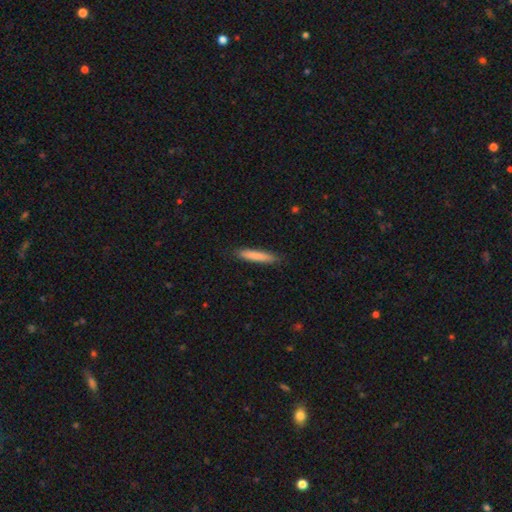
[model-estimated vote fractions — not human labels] Morphology: type=smooth (82%); roundness=cigar-shaped (92%); merging=none (87%).